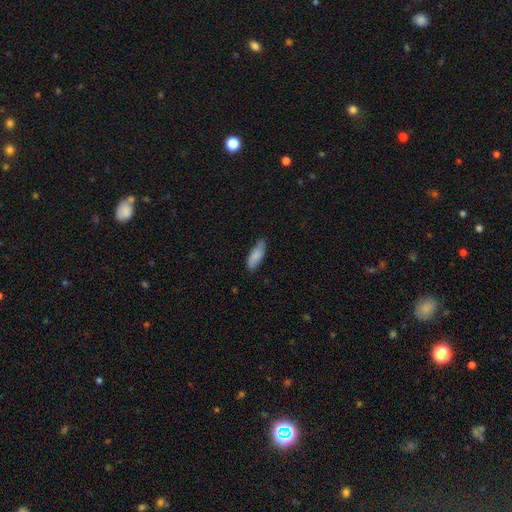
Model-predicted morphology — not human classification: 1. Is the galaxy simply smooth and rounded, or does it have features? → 84% smooth, 10% featured or disk, 6% star or artifact.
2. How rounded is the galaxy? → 69% in between, 29% cigar-shaped, 2% round.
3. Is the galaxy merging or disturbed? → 76% none, 20% minor disturbance, 3% major disturbance, 1% merger.